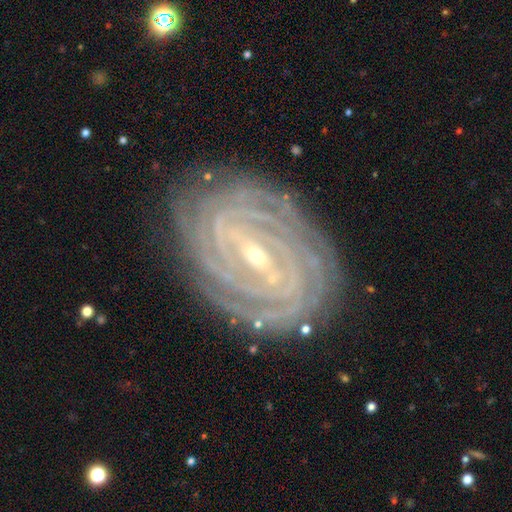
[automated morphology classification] A featured or disk galaxy (92%) with a strong bar (46%), 4 (29%) tight (89%) spiral arms (98%) and a small central bulge (76%). Merging: none (82%).